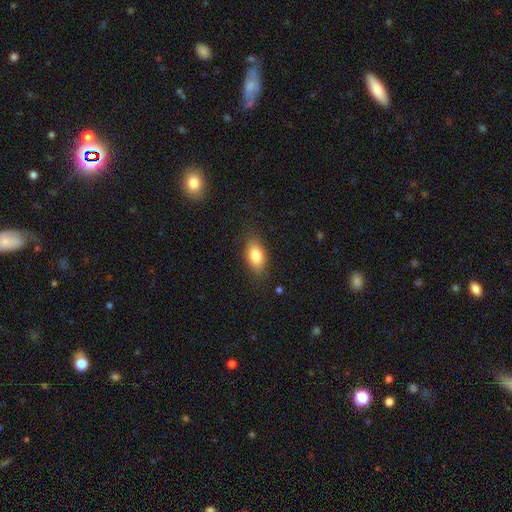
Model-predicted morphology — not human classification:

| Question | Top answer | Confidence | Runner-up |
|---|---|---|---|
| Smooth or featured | smooth | 80% | featured or disk (12%) |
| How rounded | in between | 87% | cigar-shaped (7%) |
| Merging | none | 81% | minor disturbance (14%) |